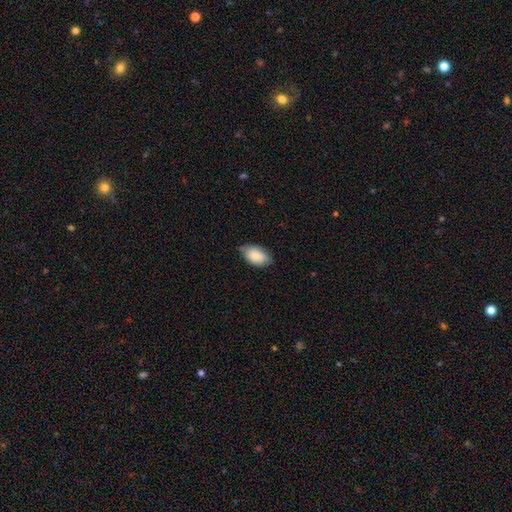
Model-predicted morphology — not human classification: This appears to be a smooth galaxy with no disk features (84%) that is in between round and cigar-shaped (93%). Merging: none (70%).